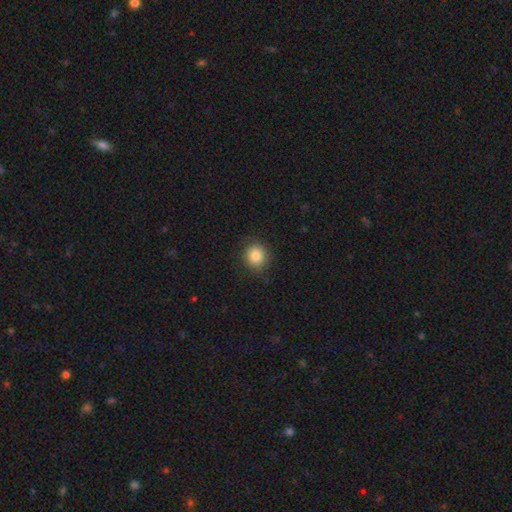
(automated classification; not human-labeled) Q: Smooth or featured?
A: smooth (84%); runner-up: star or artifact (10%)
Q: How rounded?
A: round (83%); runner-up: in between (16%)
Q: Merging?
A: none (87%); runner-up: minor disturbance (9%)